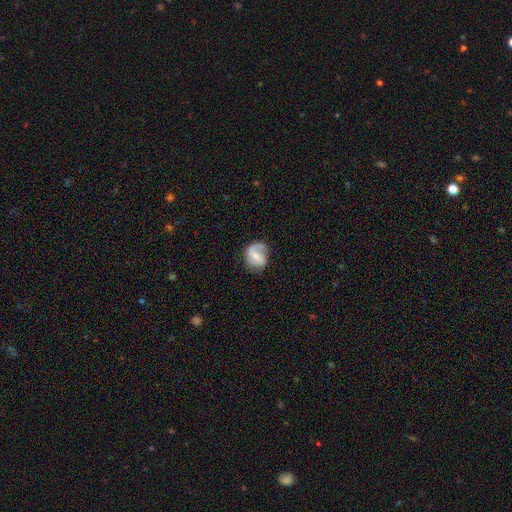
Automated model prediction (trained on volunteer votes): Smooth or featured?
  - featured or disk: 68% *
  - smooth: 26%
  - star or artifact: 6%
Edge-on disk?
  - no: 97% *
  - yes: 3%
Bar?
  - weak: 46% *
  - strong: 29%
  - no: 25%
Spiral arms?
  - yes: 87% *
  - no: 13%
Spiral winding?
  - loose: 40% * (tied)
  - medium: 40% * (tied)
  - tight: 20%
Spiral arm count?
  - 2: 63% *
  - 1: 27%
  - can't tell: 7%
  - 3: 1%
  - 4: 1%
  - more than 4: 1%
Bulge size?
  - small: 53% *
  - moderate: 34%
  - none: 9%
  - large: 2%
  - dominant: 1%
Merging?
  - none: 62% *
  - minor disturbance: 23%
  - major disturbance: 12%
  - merger: 2%